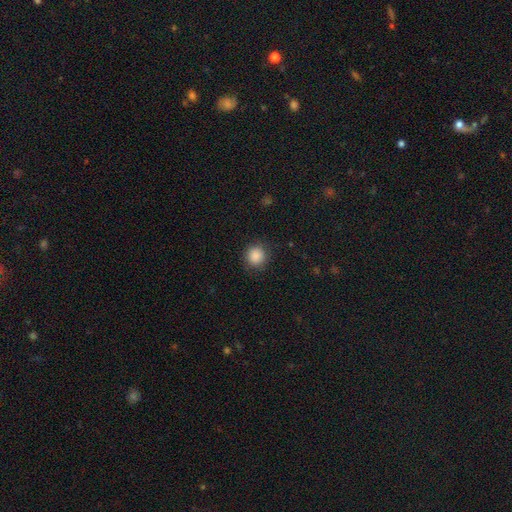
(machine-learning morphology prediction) smooth_or_featured: smooth (p=0.87) [alt: star or artifact p=0.10]
how_rounded: round (p=0.91) [alt: in between p=0.08]
merging: none (p=0.88) [alt: minor disturbance p=0.08]